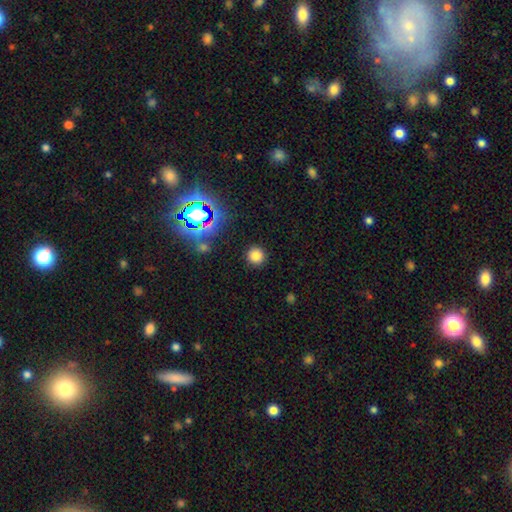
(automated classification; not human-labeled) smooth_or_featured: smooth (p=0.78) [alt: star or artifact p=0.16]
how_rounded: round (p=0.94) [alt: in between p=0.05]
merging: none (p=0.90) [alt: minor disturbance p=0.05]